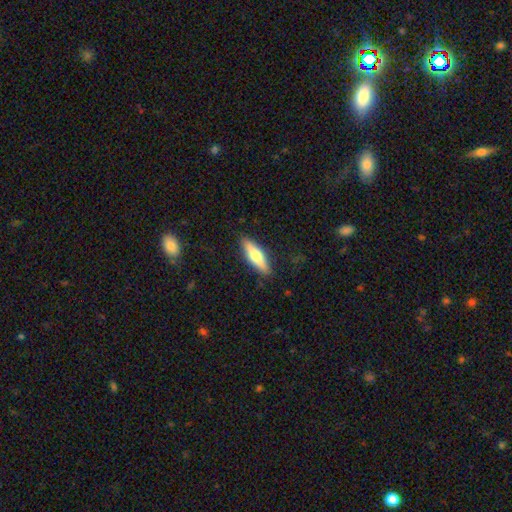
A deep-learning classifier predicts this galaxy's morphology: Smooth or featured?
  - smooth: 56% *
  - featured or disk: 38%
  - star or artifact: 6%
How rounded?
  - cigar-shaped: 61% *
  - in between: 37%
  - round: 2%
Merging?
  - none: 88% *
  - minor disturbance: 9%
  - major disturbance: 2%
  - merger: 1%